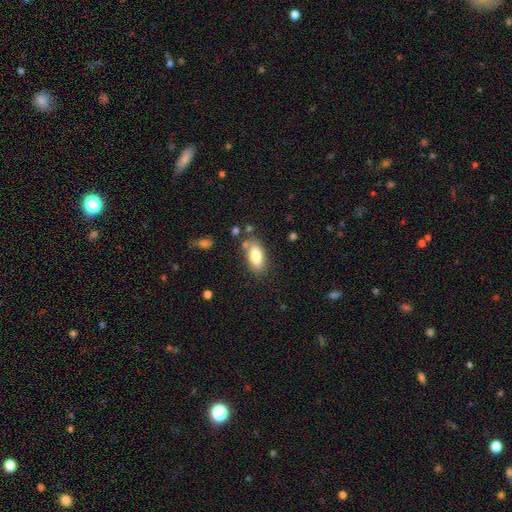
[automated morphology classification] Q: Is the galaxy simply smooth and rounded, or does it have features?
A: smooth — 80%.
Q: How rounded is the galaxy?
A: in between — 90%.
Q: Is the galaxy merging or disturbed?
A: none — 76%.